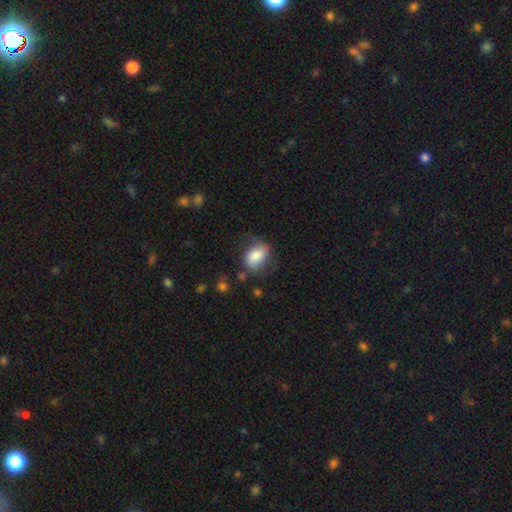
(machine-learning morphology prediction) smooth-or-featured: smooth: 77% | featured or disk: 16% | star or artifact: 7%
  how-rounded: in between: 82% | round: 16% | cigar-shaped: 2%
  merging: none: 56% | minor disturbance: 27% | major disturbance: 13% | merger: 3%